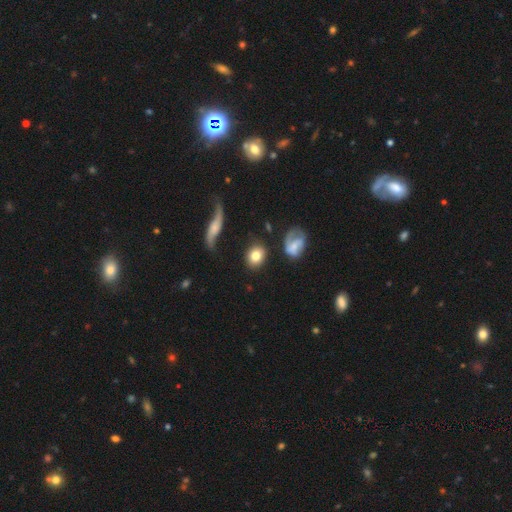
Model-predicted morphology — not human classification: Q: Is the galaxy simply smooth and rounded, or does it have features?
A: smooth — 78%.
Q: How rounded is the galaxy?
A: round — 65%.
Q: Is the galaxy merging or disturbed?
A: none — 74%.